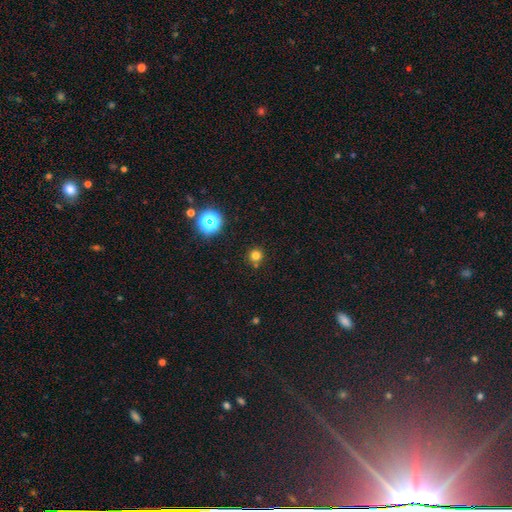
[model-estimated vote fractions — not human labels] Smooth or featured?
  - smooth: 74% *
  - star or artifact: 20%
  - featured or disk: 6%
How rounded?
  - round: 94% *
  - in between: 5%
  - cigar-shaped: 1%
Merging?
  - none: 83% *
  - minor disturbance: 8%
  - merger: 7%
  - major disturbance: 2%